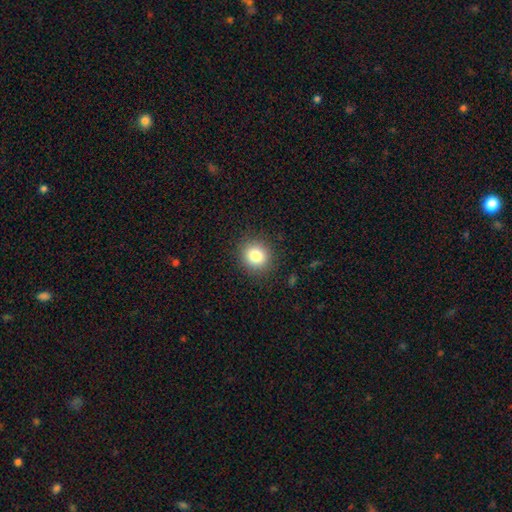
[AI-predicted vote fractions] A smooth galaxy with no disk features (82%) that is round (87%). Merging: none (89%).